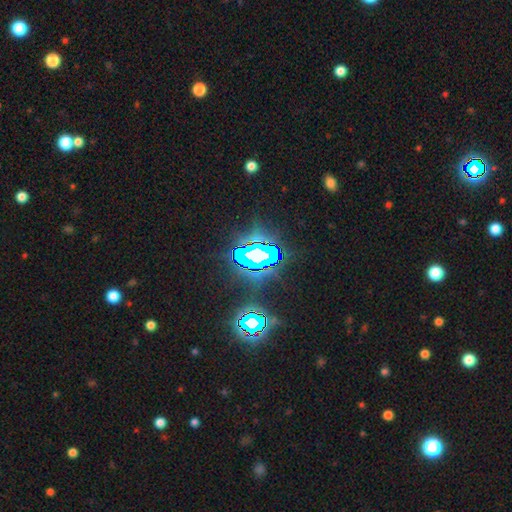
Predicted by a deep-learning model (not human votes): Morphology: type=star or artifact (70%).